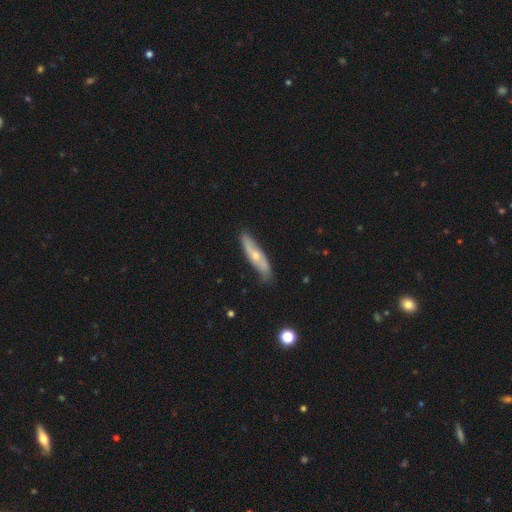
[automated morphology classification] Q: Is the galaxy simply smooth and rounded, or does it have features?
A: featured or disk — 52%.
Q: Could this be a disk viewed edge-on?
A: yes — 56%.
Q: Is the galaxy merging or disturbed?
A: none — 78%.